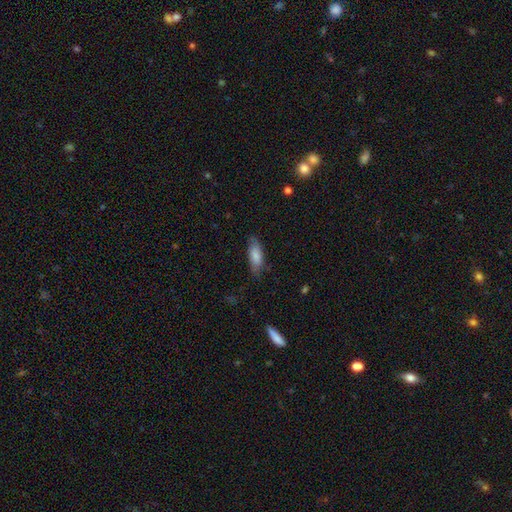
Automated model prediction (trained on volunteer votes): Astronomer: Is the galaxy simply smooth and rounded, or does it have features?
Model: smooth — 82%.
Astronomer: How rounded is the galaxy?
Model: in between — 70%.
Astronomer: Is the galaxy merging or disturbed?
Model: none — 74%.